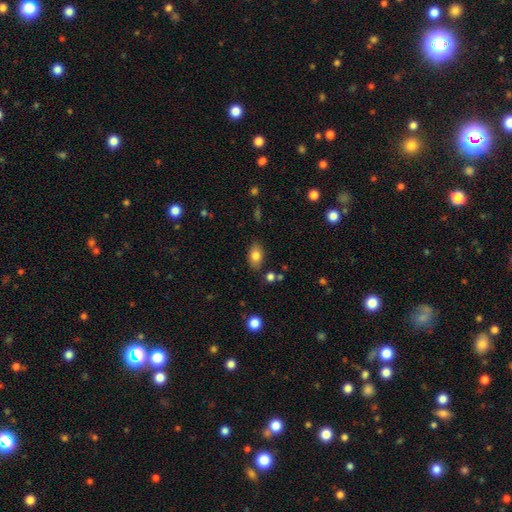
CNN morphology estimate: This is clearly a smooth galaxy (82%). How rounded: clearly in between (86%). Merging: clearly none (81%).